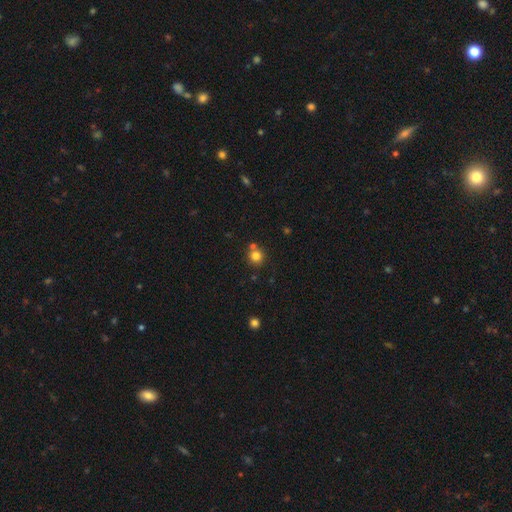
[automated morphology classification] Smooth or featured? smooth (80%)
How rounded? round (91%)
Merging? none (69%)